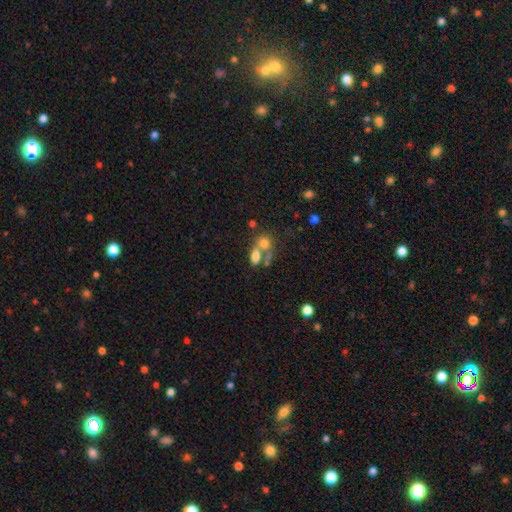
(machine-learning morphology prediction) The model was most divided on "merging": merger: 51%, none: 32%, minor disturbance: 9%, major disturbance: 8%. More confident: how rounded — in between (80%); smooth or featured — smooth (73%).